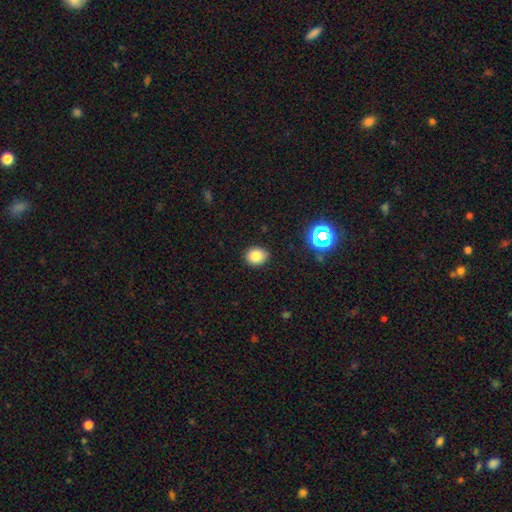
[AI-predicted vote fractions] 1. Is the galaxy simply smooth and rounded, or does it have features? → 81% smooth, 13% star or artifact, 7% featured or disk.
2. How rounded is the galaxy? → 63% round, 36% in between, 1% cigar-shaped.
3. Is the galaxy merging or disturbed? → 87% none, 10% minor disturbance, 2% major disturbance, 1% merger.